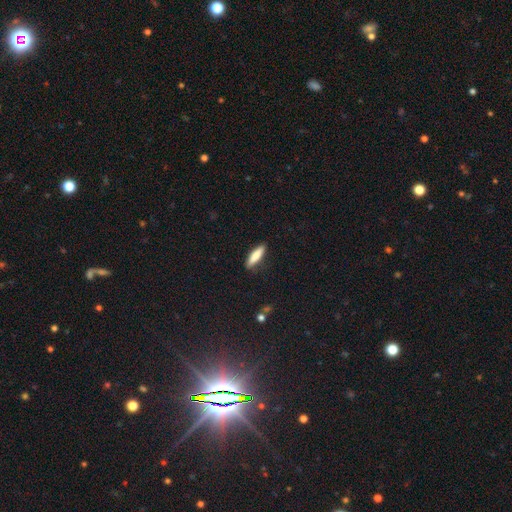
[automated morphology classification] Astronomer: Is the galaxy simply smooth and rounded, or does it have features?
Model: smooth — 81%.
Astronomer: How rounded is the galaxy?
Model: cigar-shaped — 66%.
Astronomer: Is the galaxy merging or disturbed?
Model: none — 85%.